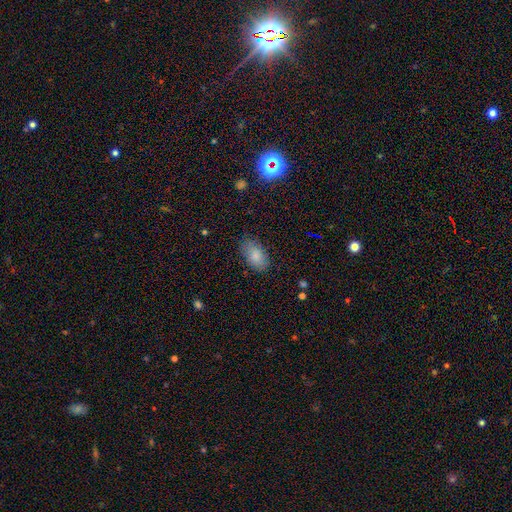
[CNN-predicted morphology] A smooth galaxy with no disk features (83%) that is in between round and cigar-shaped (93%).

Vote fractions:
- Smooth or featured? smooth: 83% / featured or disk: 10% / star or artifact: 7%
- How rounded? in between: 93% / round: 5% / cigar-shaped: 2%
- Merging? none: 79% / minor disturbance: 16% / major disturbance: 4% / merger: 1%